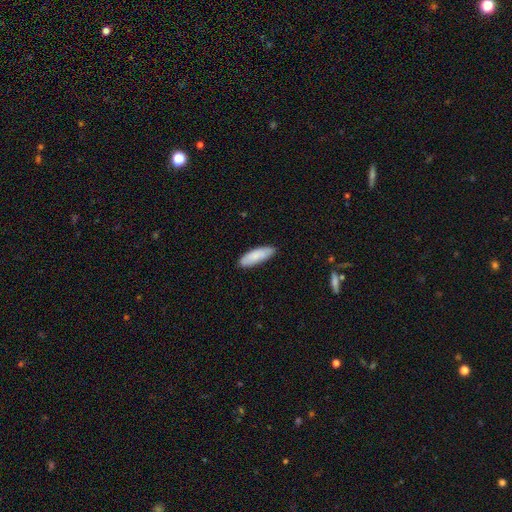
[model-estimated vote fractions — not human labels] Morphology: type=smooth (82%); roundness=in between (60%); merging=none (84%).